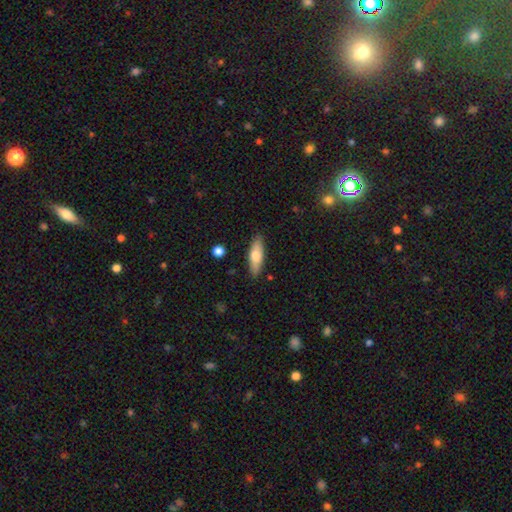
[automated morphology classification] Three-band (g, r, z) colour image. It shows a smooth galaxy with no disk features (66%) that is in between round and cigar-shaped (52%). Merging: none (87%).